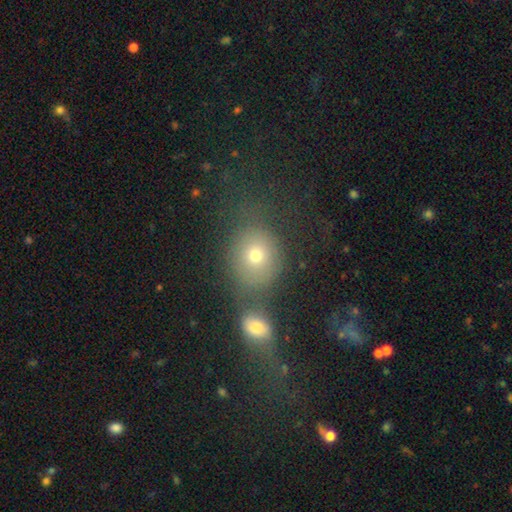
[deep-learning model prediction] This is likely a smooth galaxy (71%). How rounded: likely round (70%). Merging: marginally none (45%).